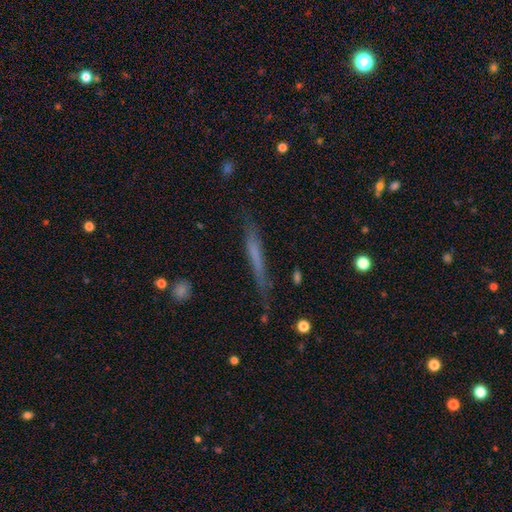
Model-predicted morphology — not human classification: type=smooth (48%); merging=none (74%).